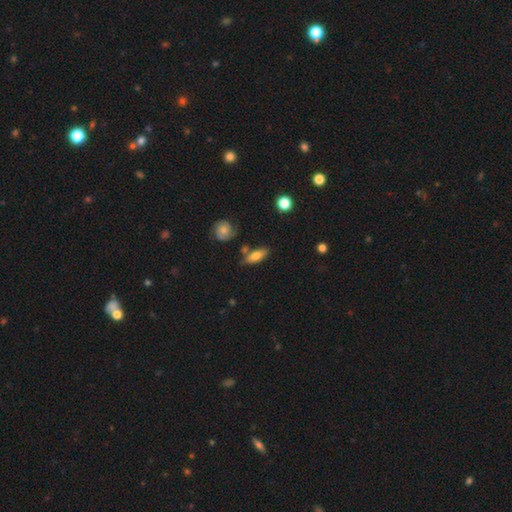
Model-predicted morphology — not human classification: Smooth or featured?
  - smooth: 74% *
  - featured or disk: 19%
  - star or artifact: 7%
How rounded?
  - in between: 74% *
  - cigar-shaped: 23%
  - round: 4%
Merging?
  - none: 69% *
  - minor disturbance: 18%
  - merger: 9%
  - major disturbance: 4%